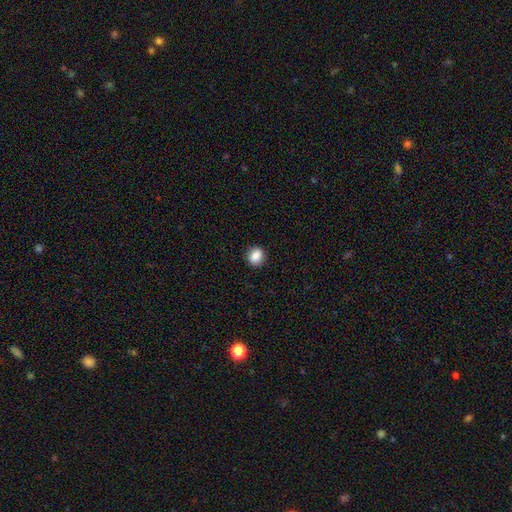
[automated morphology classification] Smooth or featured? Predicted: smooth (p=0.87). How rounded? Predicted: round (p=0.57). Merging? Predicted: none (p=0.89).